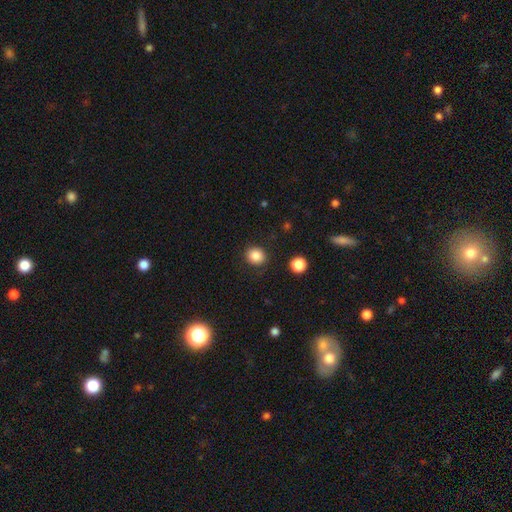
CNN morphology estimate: smooth_or_featured: smooth (p=0.86) [alt: star or artifact p=0.10]
how_rounded: round (p=0.78) [alt: in between p=0.21]
merging: none (p=0.87) [alt: minor disturbance p=0.09]